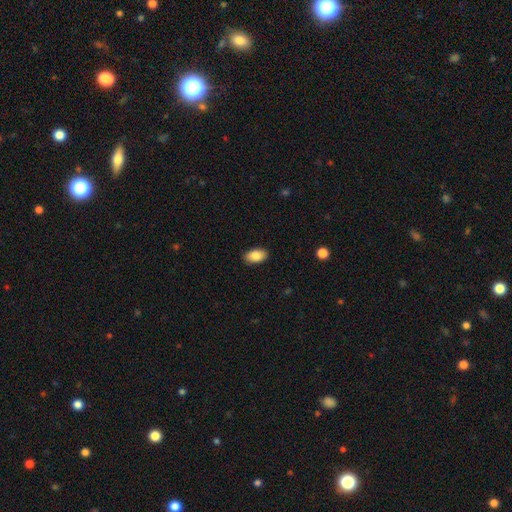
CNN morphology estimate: A smooth galaxy with no disk features (86%) that is in between round and cigar-shaped (93%). Merging: none (89%).